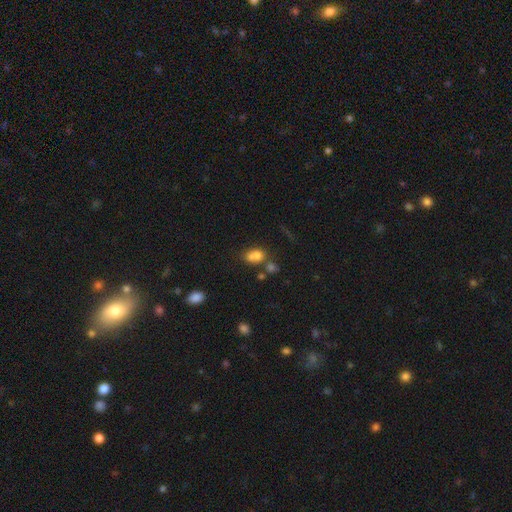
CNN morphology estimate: Overall: smooth (76%). How rounded: in between (72%). Merging: none (38%; merger 37%).